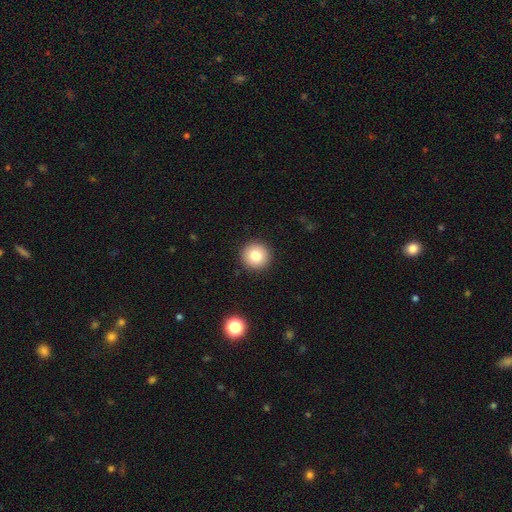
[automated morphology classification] This is likely a smooth galaxy (79%). How rounded: clearly round (95%). Merging: clearly none (92%).